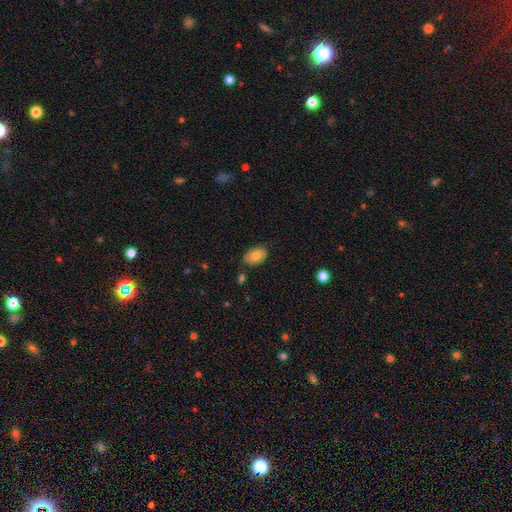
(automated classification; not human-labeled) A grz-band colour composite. It shows a smooth galaxy with no disk features (77%) that is in between round and cigar-shaped (86%). Merging: none (81%).